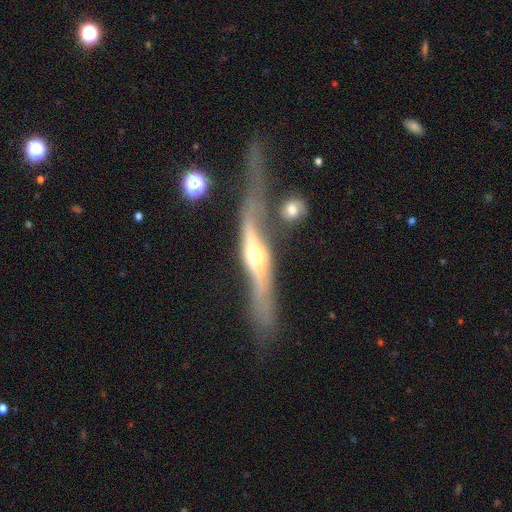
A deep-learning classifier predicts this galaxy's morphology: smooth_or_featured: featured or disk (p=0.80) [alt: smooth p=0.15]
disk_edge_on: yes (p=0.73) [alt: no p=0.27]
edge_on_bulge: rounded (p=0.88) [alt: boxy p=0.07]
merging: none (p=0.39) [alt: minor disturbance p=0.21]